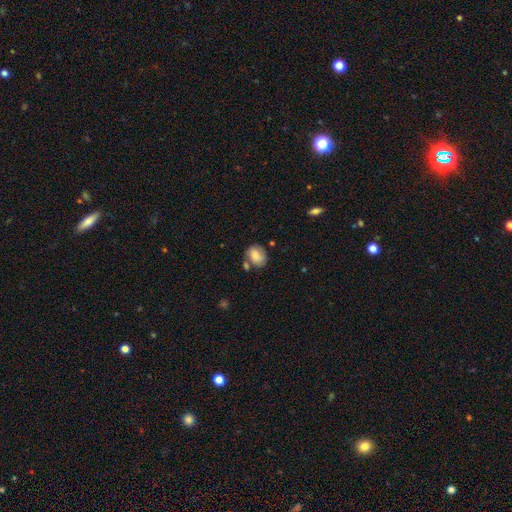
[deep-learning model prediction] Q: Smooth or featured?
A: smooth (78%); runner-up: featured or disk (14%)
Q: How rounded?
A: in between (59%); runner-up: round (40%)
Q: Merging?
A: none (58%); runner-up: minor disturbance (21%)